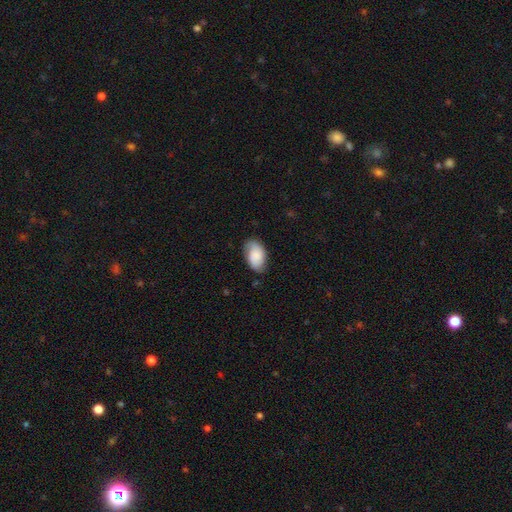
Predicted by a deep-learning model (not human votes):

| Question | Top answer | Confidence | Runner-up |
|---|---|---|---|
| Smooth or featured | smooth | 74% | featured or disk (20%) |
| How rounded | in between | 93% | round (5%) |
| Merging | none | 72% | minor disturbance (22%) |